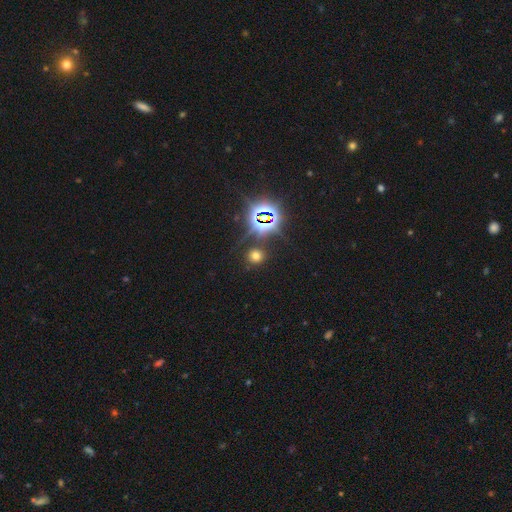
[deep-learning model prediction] Smooth or featured? smooth (57%)
How rounded? round (87%)
Merging? none (83%)